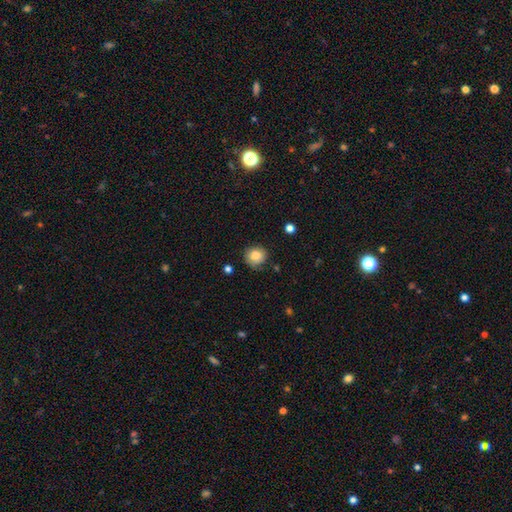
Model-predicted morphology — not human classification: The model was most divided on "merging": none: 79%, minor disturbance: 16%, major disturbance: 3%, merger: 2%. More confident: how rounded — round (86%); smooth or featured — smooth (84%).